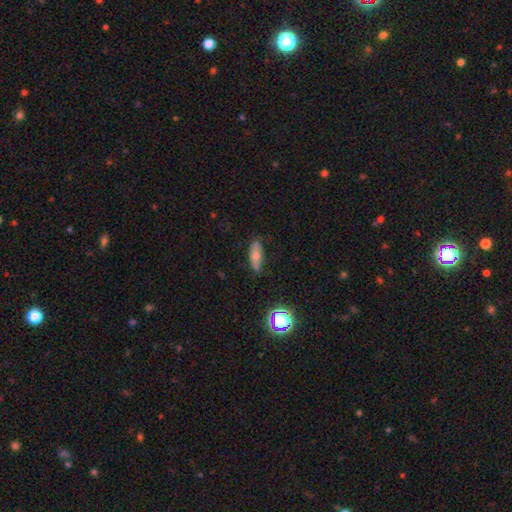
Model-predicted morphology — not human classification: type=smooth (62%); roundness=in between (66%); merging=none (77%).